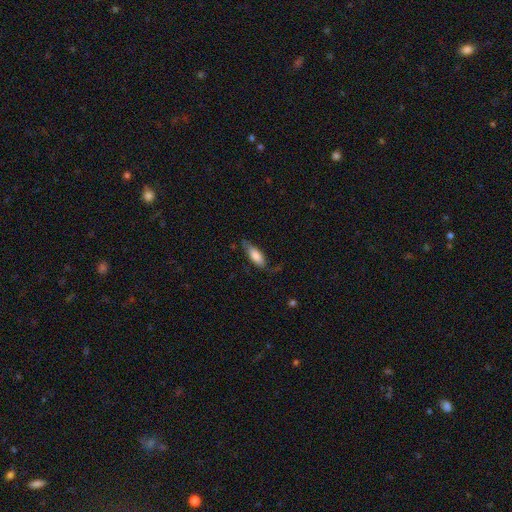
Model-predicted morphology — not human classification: Q: Smooth or featured?
A: smooth (74%); runner-up: featured or disk (20%)
Q: How rounded?
A: in between (68%); runner-up: cigar-shaped (30%)
Q: Merging?
A: none (61%); runner-up: minor disturbance (28%)